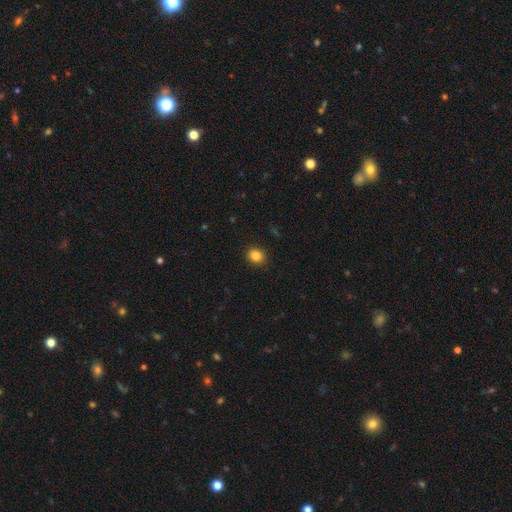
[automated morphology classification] Smooth or featured? smooth (84%)
How rounded? round (80%)
Merging? none (91%)